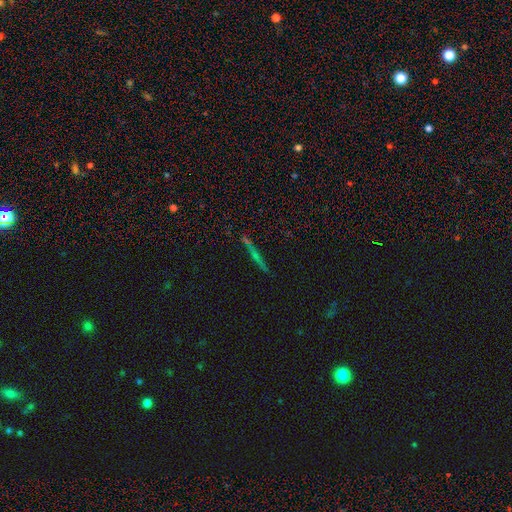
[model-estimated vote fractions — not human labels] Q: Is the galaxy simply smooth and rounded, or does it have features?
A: featured or disk — 54%.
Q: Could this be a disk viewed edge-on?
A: yes — 94%.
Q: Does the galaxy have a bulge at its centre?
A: none — 57%.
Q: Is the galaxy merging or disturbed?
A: none — 83%.